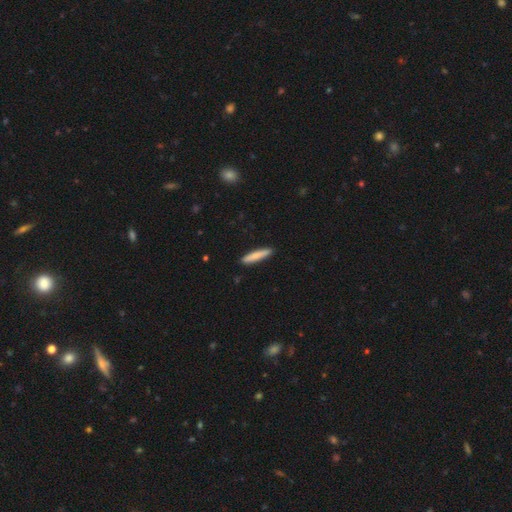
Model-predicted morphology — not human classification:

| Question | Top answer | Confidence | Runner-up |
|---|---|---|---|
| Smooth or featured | smooth | 79% | featured or disk (15%) |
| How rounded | cigar-shaped | 89% | in between (10%) |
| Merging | none | 90% | minor disturbance (8%) |